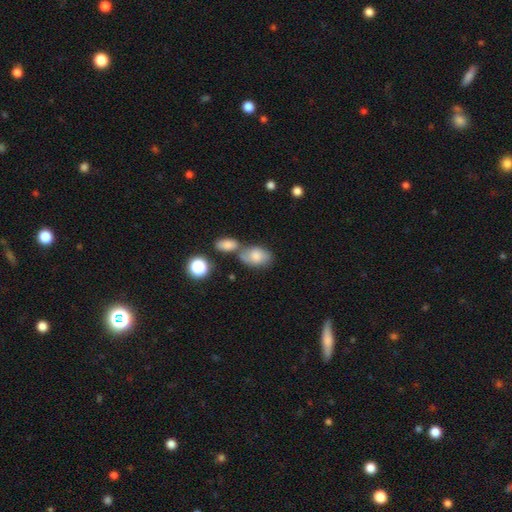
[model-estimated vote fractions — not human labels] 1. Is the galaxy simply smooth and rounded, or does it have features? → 75% smooth, 15% featured or disk, 10% star or artifact.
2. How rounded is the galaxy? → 84% in between, 15% round, 2% cigar-shaped.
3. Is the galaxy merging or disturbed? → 41% none, 38% merger, 15% minor disturbance, 6% major disturbance.